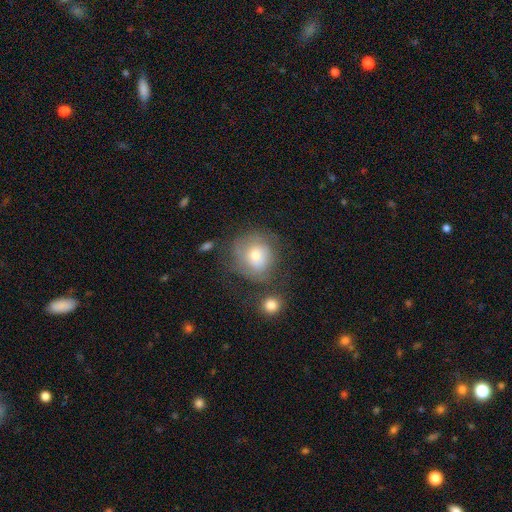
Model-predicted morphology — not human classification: Smooth or featured? Predicted: smooth (p=0.52). How rounded? Predicted: round (p=0.86). Merging? Predicted: none (p=0.58).